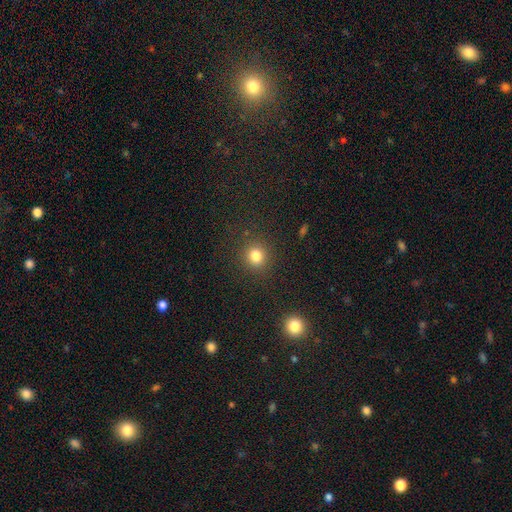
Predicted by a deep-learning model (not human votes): smooth 81%, star or artifact 14%, featured or disk 5%. Down the decision tree: how rounded — round (90%); merging — none (88%).